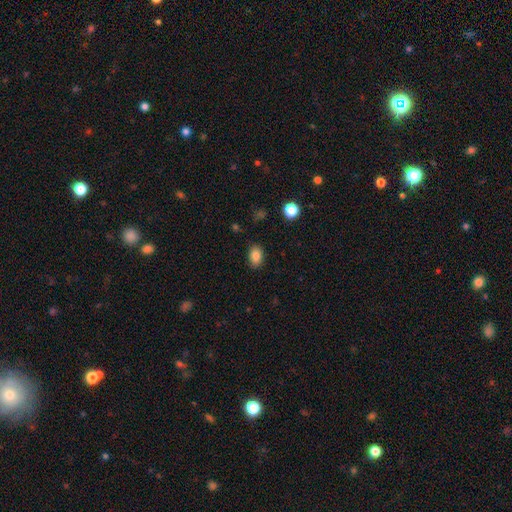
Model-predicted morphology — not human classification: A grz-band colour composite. It shows a smooth galaxy with no disk features (84%) that is in between round and cigar-shaped (80%). Merging: none (84%).